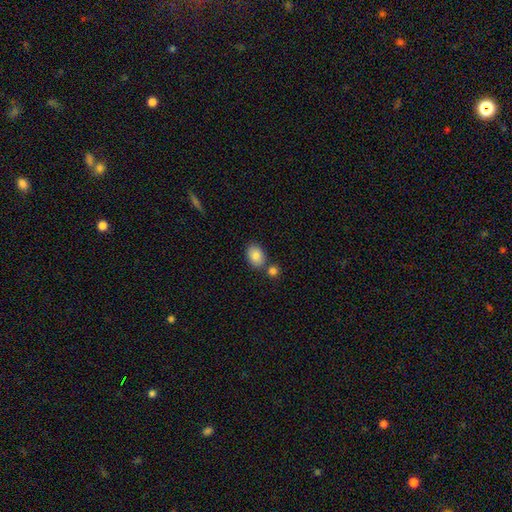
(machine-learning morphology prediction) The model was most divided on "merging": none: 68%, merger: 18%, minor disturbance: 12%, major disturbance: 3%. More confident: smooth or featured — smooth (84%); how rounded — in between (79%).